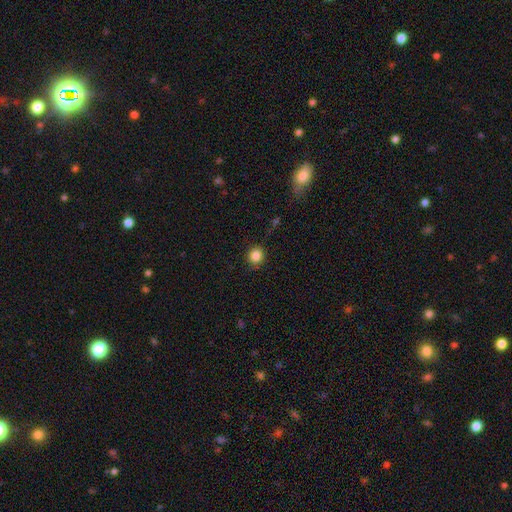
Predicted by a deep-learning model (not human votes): smooth 85%, star or artifact 10%, featured or disk 4%. Down the decision tree: how rounded — round (89%); merging — none (89%).